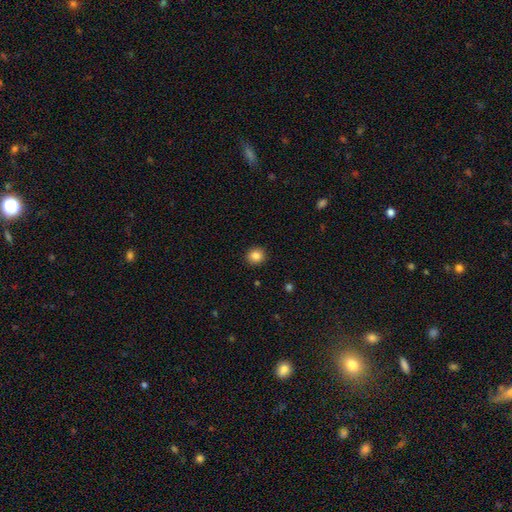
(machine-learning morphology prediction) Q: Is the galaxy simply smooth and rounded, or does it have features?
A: smooth — 85%.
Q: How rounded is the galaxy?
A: round — 86%.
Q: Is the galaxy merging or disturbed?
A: none — 91%.